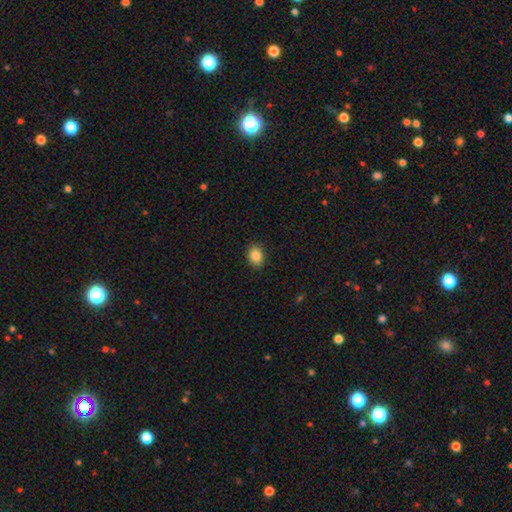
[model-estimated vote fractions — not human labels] Morphology: type=smooth (87%); roundness=in between (68%); merging=none (89%).